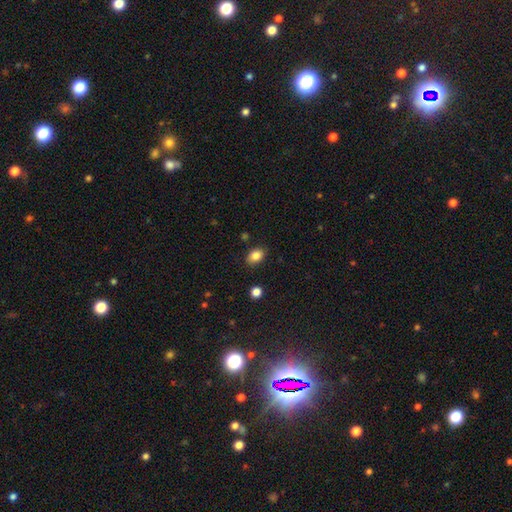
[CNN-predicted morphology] Smooth or featured? Predicted: smooth (p=0.85). How rounded? Predicted: in between (p=0.80). Merging? Predicted: none (p=0.86).